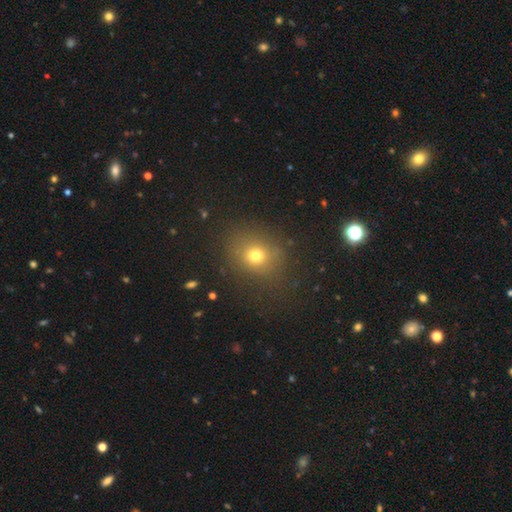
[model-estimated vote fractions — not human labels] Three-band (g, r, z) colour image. It shows a smooth galaxy with no disk features (71%) that is round (71%). Merging: none (81%).